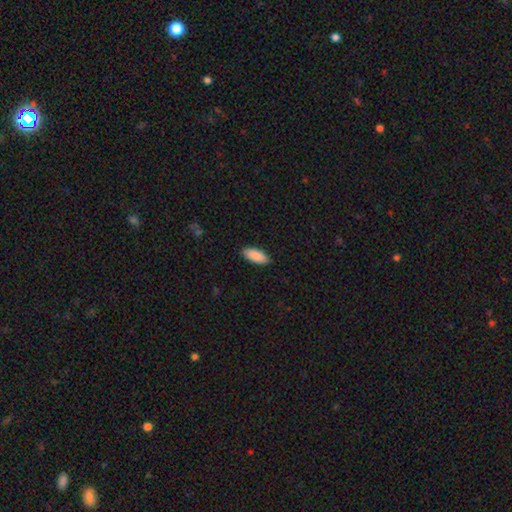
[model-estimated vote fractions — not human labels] Smooth or featured? Predicted: smooth (p=0.91). How rounded? Predicted: in between (p=0.81). Merging? Predicted: none (p=0.89).